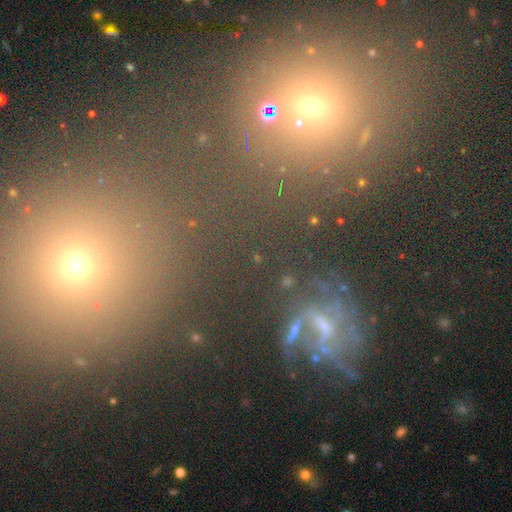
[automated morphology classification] The model was most divided on "smooth or featured" (2-way tie): smooth: 39%, star or artifact: 39%, featured or disk: 22%. More confident: merging — none (65%).